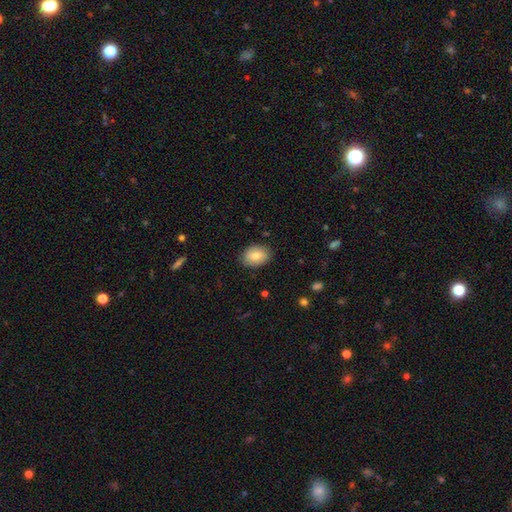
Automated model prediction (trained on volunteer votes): Morphology: type=smooth (82%); roundness=in between (79%); merging=none (85%).